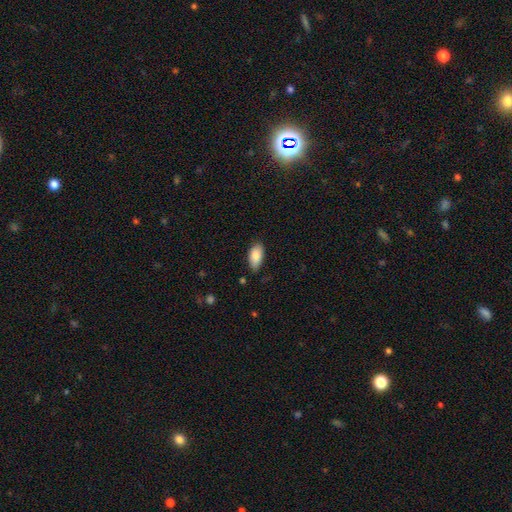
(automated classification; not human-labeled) This is clearly a smooth galaxy (87%). How rounded: clearly in between (92%). Merging: likely none (74%).